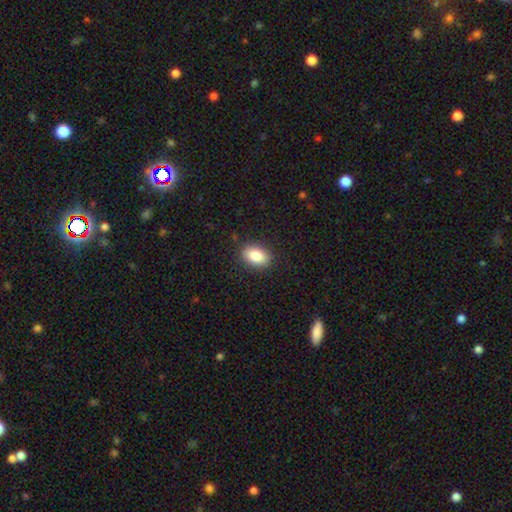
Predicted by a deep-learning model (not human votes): A smooth galaxy with no disk features (85%) that is in between round and cigar-shaped (83%). Merging: none (88%).